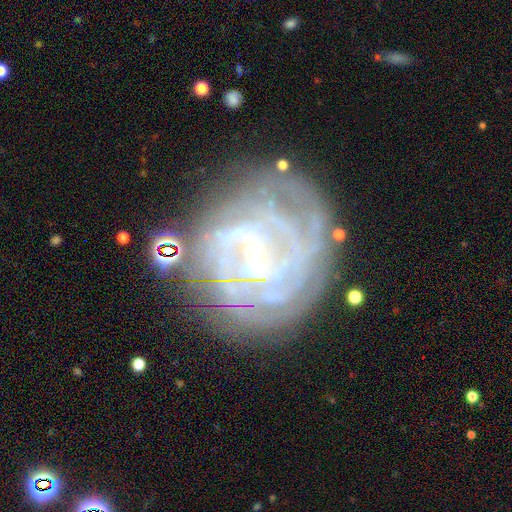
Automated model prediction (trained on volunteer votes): smooth-or-featured: featured or disk: 82% | smooth: 10% | star or artifact: 8%
  disk-edge-on: no: 97% | yes: 3%
    bar: weak: 43% | no: 34% | strong: 23%
    has-spiral-arms: yes: 88% | no: 12%
      spiral-winding: tight: 73% | medium: 21% | loose: 6%
      spiral-arm-count: can't tell: 43% | 4: 15% | 2: 13% | 3: 12% | more than 4: 11% | 1: 7%
    bulge-size: small: 85% | moderate: 9% | none: 4% | large: 1% | dominant: 1%
  merging: none: 69% | minor disturbance: 18% | major disturbance: 10% | merger: 4%